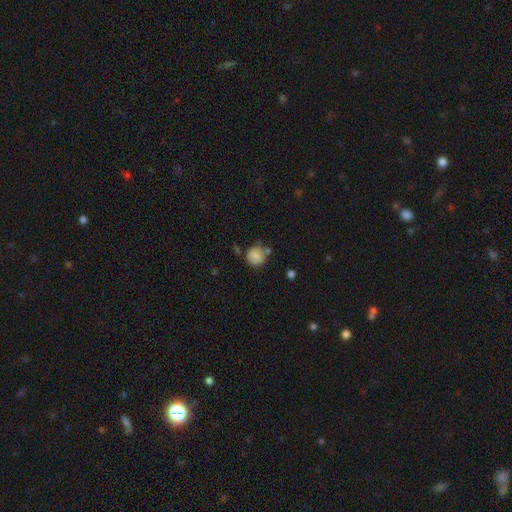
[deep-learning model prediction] smooth_or_featured: smooth (p=0.81) [alt: featured or disk p=0.09]
how_rounded: round (p=0.88) [alt: in between p=0.11]
merging: none (p=0.66) [alt: minor disturbance p=0.20]